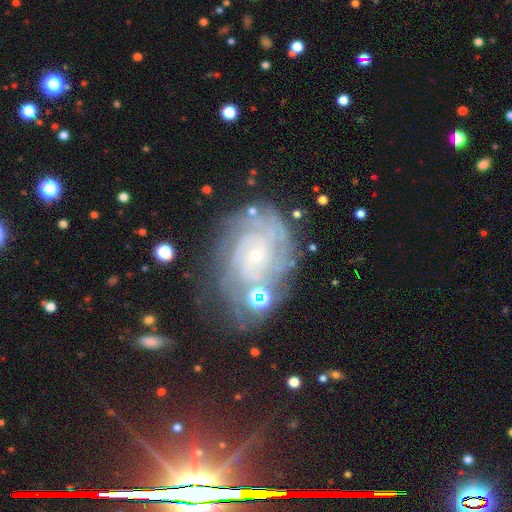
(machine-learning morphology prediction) smooth_or_featured: featured or disk (p=0.82) [alt: smooth p=0.09]
disk_edge_on: no (p=0.97) [alt: yes p=0.03]
bar: no (p=0.71) [alt: weak p=0.23]
has_spiral_arms: yes (p=0.95) [alt: no p=0.05]
spiral_winding: tight (p=0.76) [alt: medium p=0.20]
spiral_arm_count: can't tell (p=0.37) [alt: 2 p=0.17]
bulge_size: small (p=0.77) [alt: moderate p=0.14]
merging: none (p=0.65) [alt: minor disturbance p=0.19]